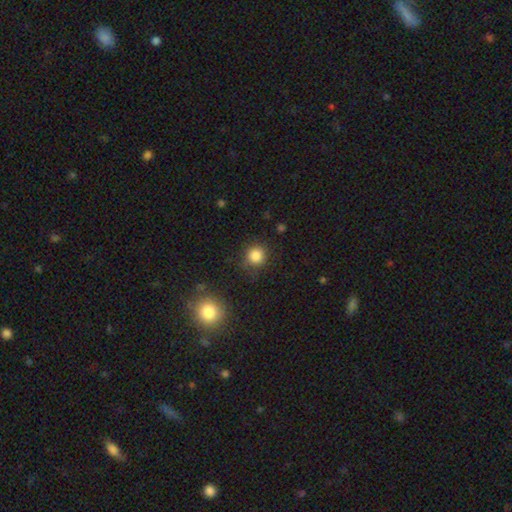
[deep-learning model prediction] Overall: smooth (84%). How rounded: round (91%). Merging: none (82%).